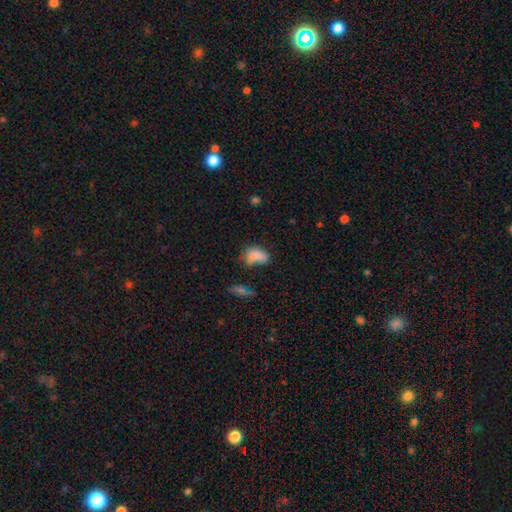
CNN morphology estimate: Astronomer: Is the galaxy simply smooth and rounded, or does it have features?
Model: smooth — 77%.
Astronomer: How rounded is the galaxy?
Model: in between — 86%.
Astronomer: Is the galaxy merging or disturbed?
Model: none — 34% (runner-up: minor disturbance, 28%).